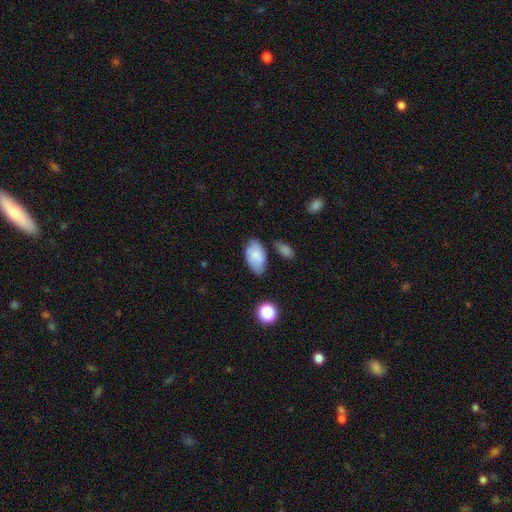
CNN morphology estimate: type=smooth (79%); roundness=in between (94%); merging=none (63%).